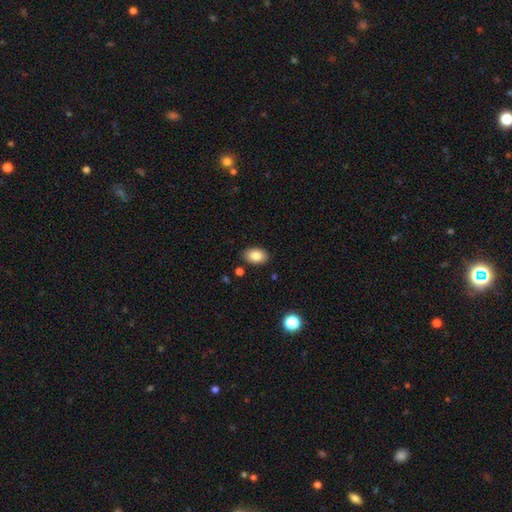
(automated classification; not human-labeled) smooth_or_featured: smooth (p=0.85) [alt: star or artifact p=0.08]
how_rounded: in between (p=0.89) [alt: round p=0.10]
merging: none (p=0.87) [alt: minor disturbance p=0.09]